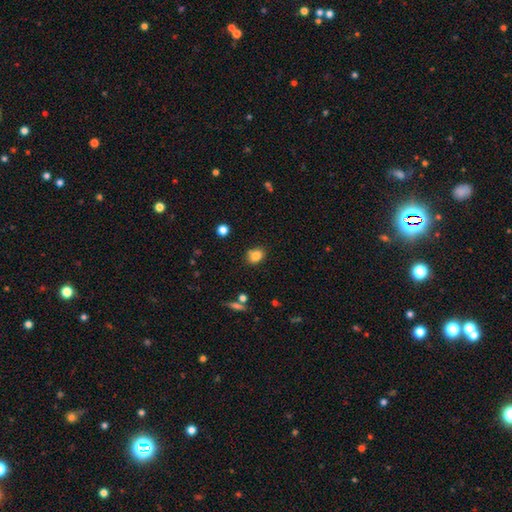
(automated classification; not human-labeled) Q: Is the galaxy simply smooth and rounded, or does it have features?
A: smooth — 83%.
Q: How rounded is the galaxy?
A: in between — 51%.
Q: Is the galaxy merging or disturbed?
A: none — 78%.